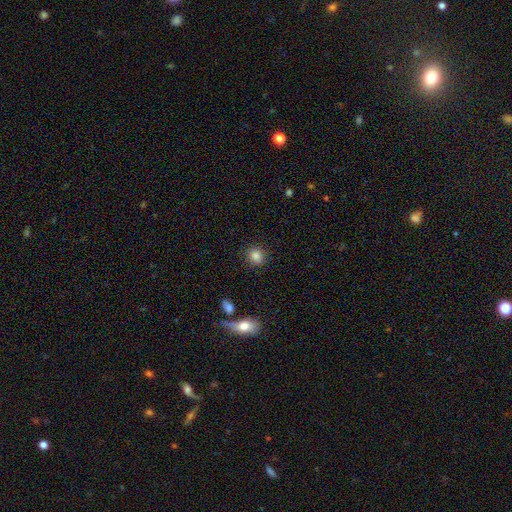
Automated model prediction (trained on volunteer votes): A smooth galaxy with no disk features (84%) that is round (84%).

Vote fractions:
- Smooth or featured? smooth: 84% / star or artifact: 11% / featured or disk: 5%
- How rounded? round: 84% / in between: 15% / cigar-shaped: 1%
- Merging? none: 87% / minor disturbance: 8% / major disturbance: 3% / merger: 2%